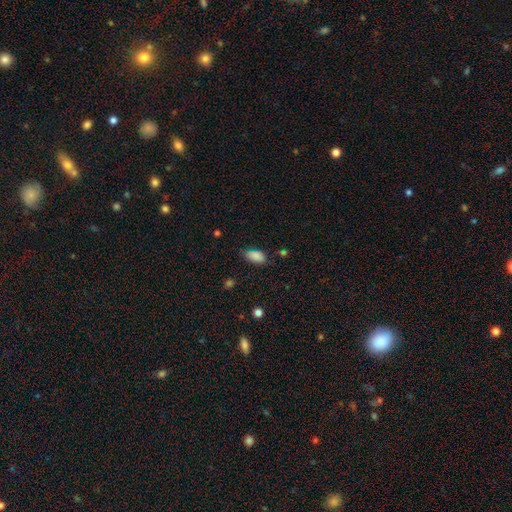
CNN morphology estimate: Overall: smooth (86%). How rounded: in between (91%). Merging: none (68%).